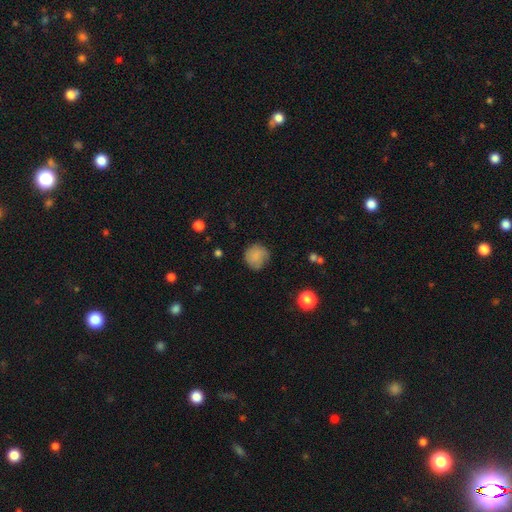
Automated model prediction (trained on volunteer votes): smooth-or-featured: smooth: 80% | featured or disk: 11% | star or artifact: 9%
  how-rounded: round: 87% | in between: 12% | cigar-shaped: 1%
  merging: none: 70% | minor disturbance: 22% | major disturbance: 6% | merger: 2%